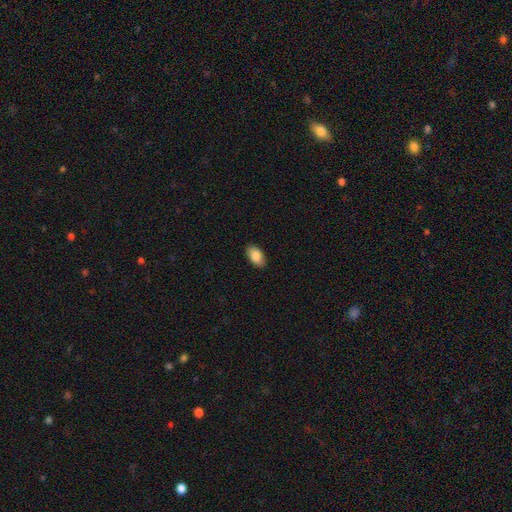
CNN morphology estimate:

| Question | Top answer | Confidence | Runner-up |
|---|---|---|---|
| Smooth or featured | smooth | 84% | featured or disk (9%) |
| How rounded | in between | 94% | round (4%) |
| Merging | none | 88% | minor disturbance (9%) |